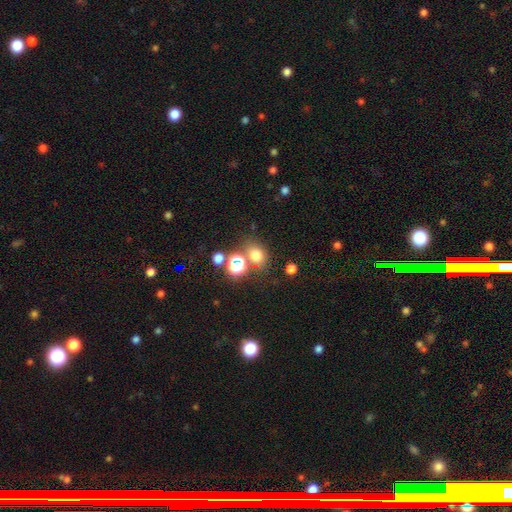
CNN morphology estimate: This appears to be a smooth galaxy with no disk features (68%) that is round (66%). Merging: none (67%).